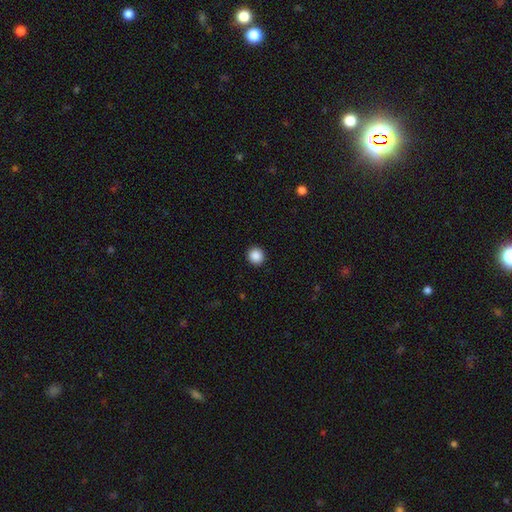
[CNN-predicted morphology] Q: Smooth or featured?
A: smooth (88%); runner-up: star or artifact (9%)
Q: How rounded?
A: round (92%); runner-up: in between (7%)
Q: Merging?
A: none (93%); runner-up: minor disturbance (4%)